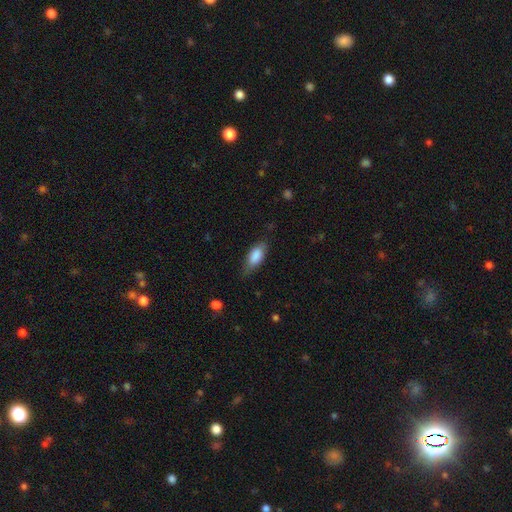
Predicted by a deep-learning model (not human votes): This appears to be a smooth galaxy with no disk features (83%) that is in between round and cigar-shaped (82%). Merging: none (71%).